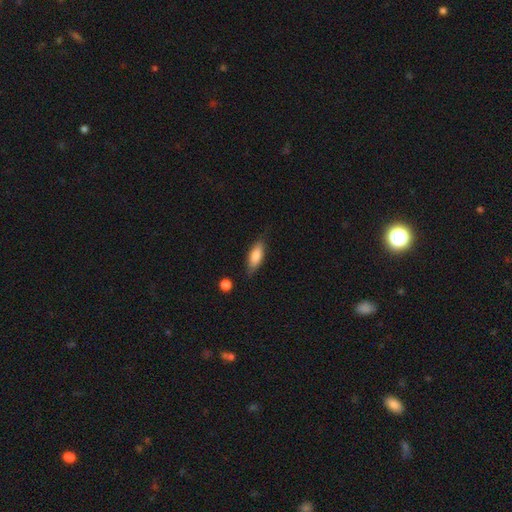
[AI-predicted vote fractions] The model was most divided on "how rounded": in between: 68%, cigar-shaped: 30%, round: 2%. More confident: smooth or featured — smooth (78%); merging — none (75%).